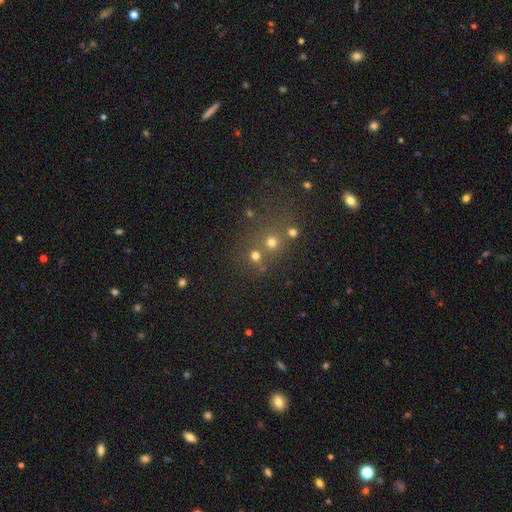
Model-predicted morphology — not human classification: smooth_or_featured: smooth (p=0.62) [alt: star or artifact p=0.28]
how_rounded: round (p=0.88) [alt: in between p=0.11]
merging: none (p=0.63) [alt: merger p=0.26]